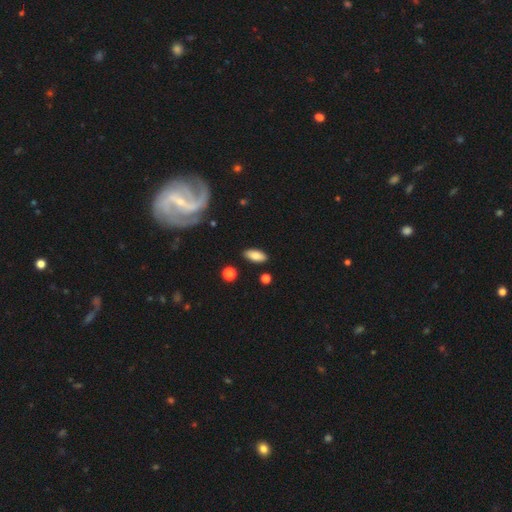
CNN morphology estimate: Q: Smooth or featured?
A: smooth (81%); runner-up: featured or disk (12%)
Q: How rounded?
A: in between (87%); runner-up: cigar-shaped (10%)
Q: Merging?
A: none (86%); runner-up: minor disturbance (10%)